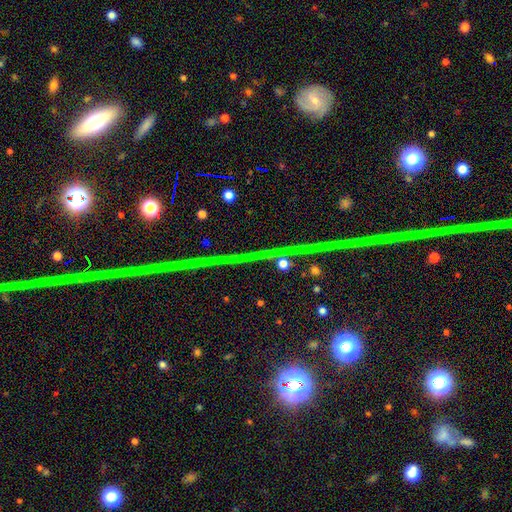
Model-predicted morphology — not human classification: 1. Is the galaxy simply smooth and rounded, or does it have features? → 75% star or artifact, 15% featured or disk, 10% smooth.